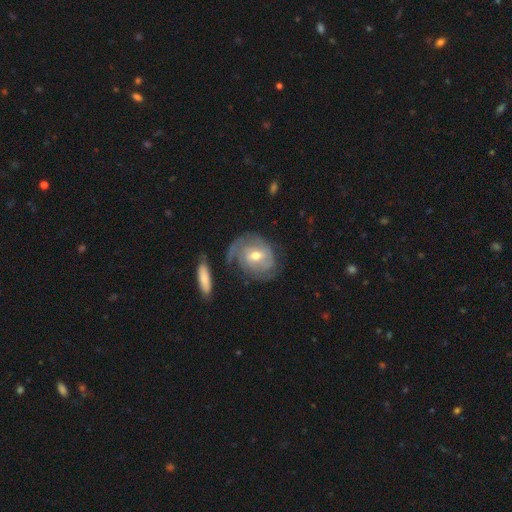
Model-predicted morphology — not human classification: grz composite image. It shows a featured or disk galaxy (77%) with no bar (44%, tied with weak), tight (59%) spiral arms (89%) and a moderate central bulge (66%). Merging: none (59%).